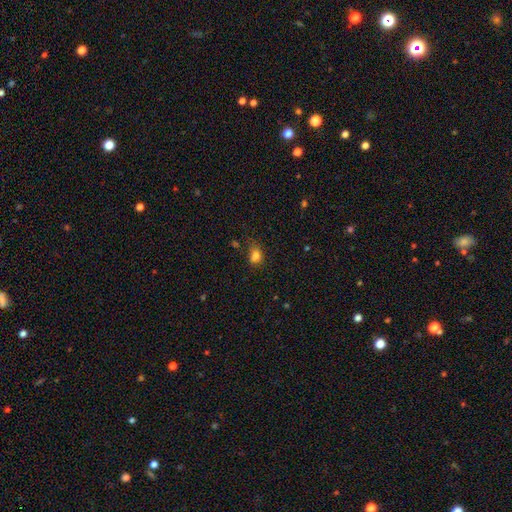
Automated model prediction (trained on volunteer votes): smooth_or_featured: smooth (p=0.79) [alt: star or artifact p=0.14]
how_rounded: in between (p=0.64) [alt: round p=0.35]
merging: none (p=0.48) [alt: minor disturbance p=0.29]